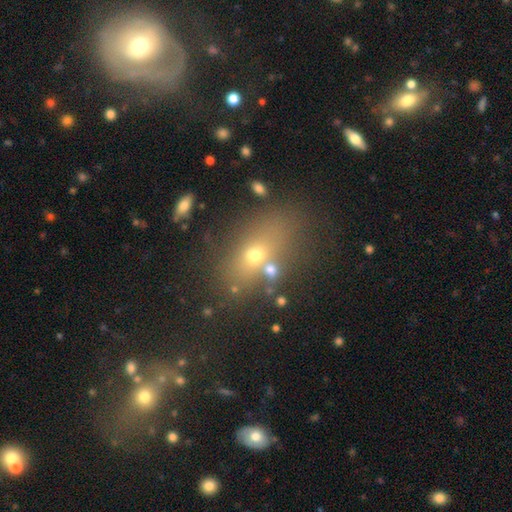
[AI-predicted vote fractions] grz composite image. It shows a smooth galaxy with no disk features (56%) that is in between round and cigar-shaped (66%). Merging: none (64%).